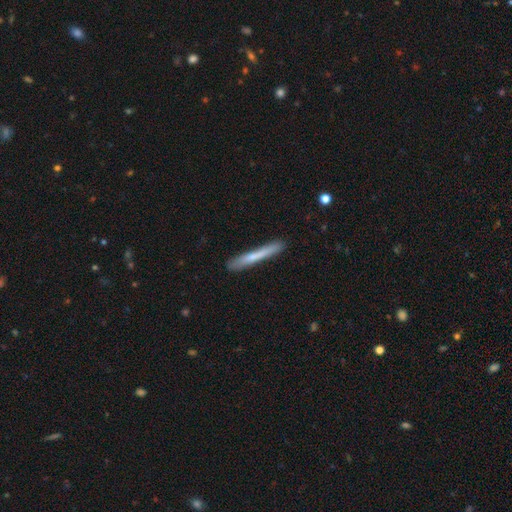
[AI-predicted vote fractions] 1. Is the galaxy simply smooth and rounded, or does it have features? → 63% smooth, 31% featured or disk, 6% star or artifact.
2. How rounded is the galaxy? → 96% cigar-shaped, 2% in between, 1% round.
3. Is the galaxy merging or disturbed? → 82% none, 13% minor disturbance, 2% major disturbance, 2% merger.